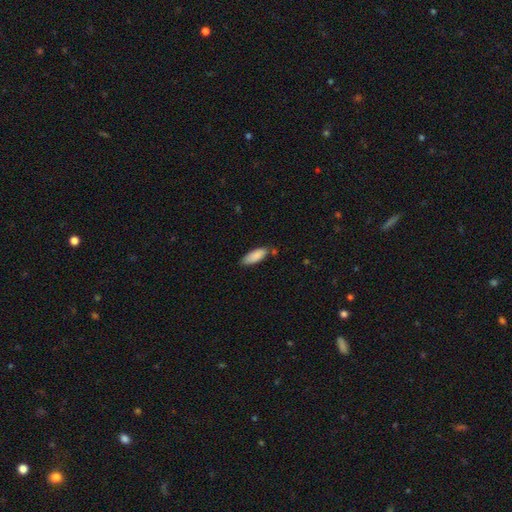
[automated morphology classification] smooth_or_featured: smooth (p=0.88) [alt: featured or disk p=0.06]
how_rounded: in between (p=0.71) [alt: cigar-shaped p=0.28]
merging: none (p=0.73) [alt: minor disturbance p=0.19]